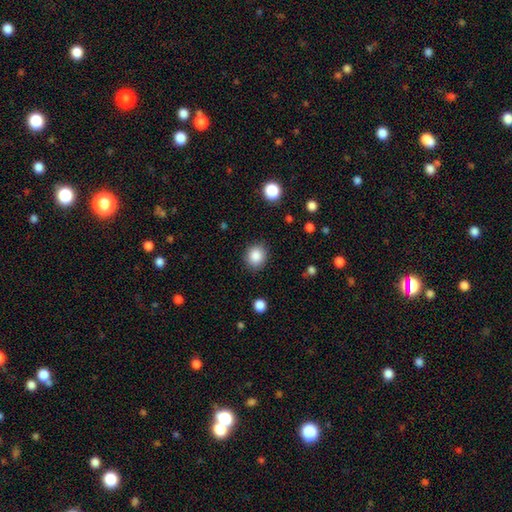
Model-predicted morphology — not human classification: A smooth galaxy with no disk features (86%) that is round (78%).

Vote fractions:
- Smooth or featured? smooth: 86% / star or artifact: 9% / featured or disk: 4%
- How rounded? round: 78% / in between: 21% / cigar-shaped: 1%
- Merging? none: 87% / minor disturbance: 9% / major disturbance: 3% / merger: 1%